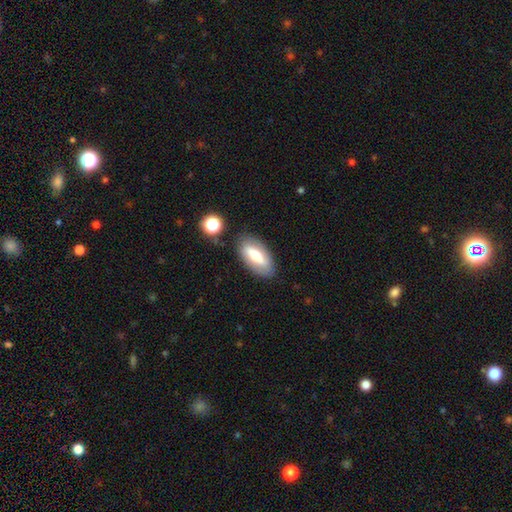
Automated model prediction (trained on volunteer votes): smooth_or_featured: smooth (p=0.60) [alt: featured or disk p=0.33]
how_rounded: in between (p=0.85) [alt: cigar-shaped p=0.13]
merging: none (p=0.82) [alt: minor disturbance p=0.12]